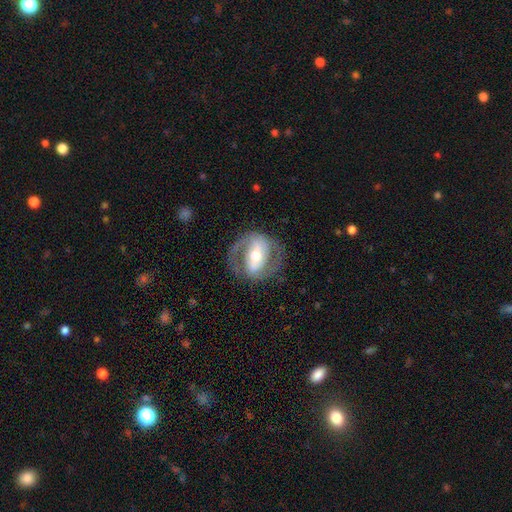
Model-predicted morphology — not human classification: This appears to be a featured or disk galaxy (82%) with a strong bar (54%), 2 (86%) medium (49%) spiral arms (86%) and a moderate central bulge (66%). Merging: none (76%).